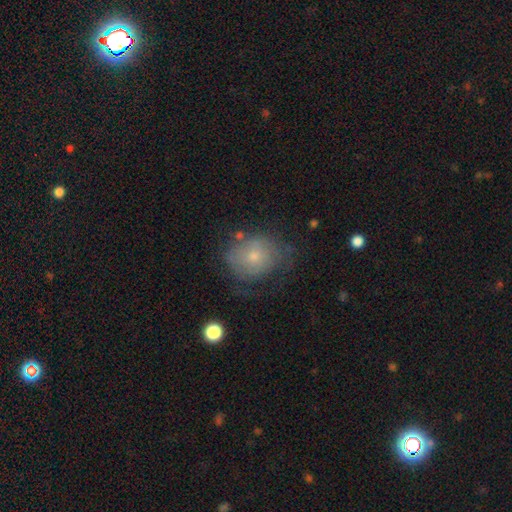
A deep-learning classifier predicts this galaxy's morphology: type=smooth (55%); roundness=round (61%); merging=none (52%).